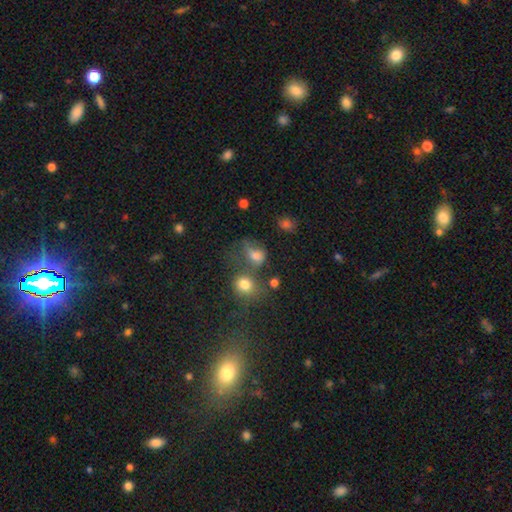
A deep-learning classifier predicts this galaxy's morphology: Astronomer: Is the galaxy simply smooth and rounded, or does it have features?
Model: smooth — 71%.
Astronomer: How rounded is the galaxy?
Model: round — 51% (runner-up: in between, 48%).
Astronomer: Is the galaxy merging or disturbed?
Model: merger — 35% (runner-up: none, 30%).